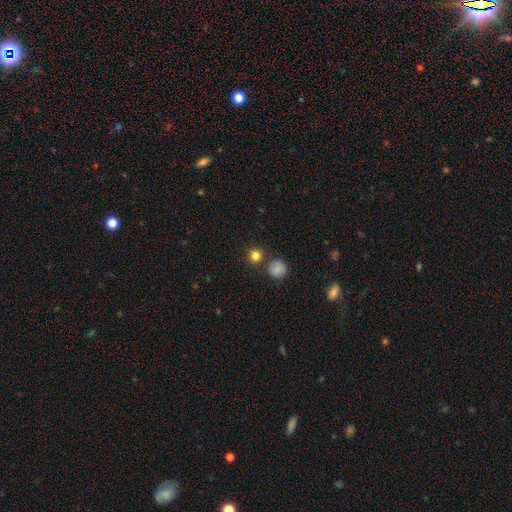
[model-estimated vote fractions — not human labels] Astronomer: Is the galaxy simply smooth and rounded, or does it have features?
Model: smooth — 82%.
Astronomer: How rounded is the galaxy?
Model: round — 93%.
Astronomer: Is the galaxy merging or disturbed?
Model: none — 77%.